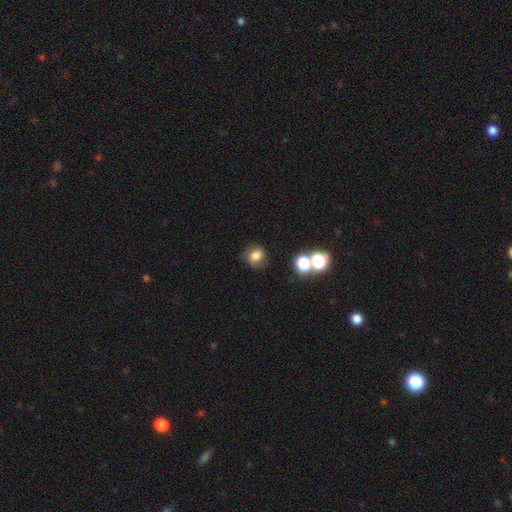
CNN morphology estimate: A smooth galaxy with no disk features (77%) that is round (80%). Merging: none (74%).